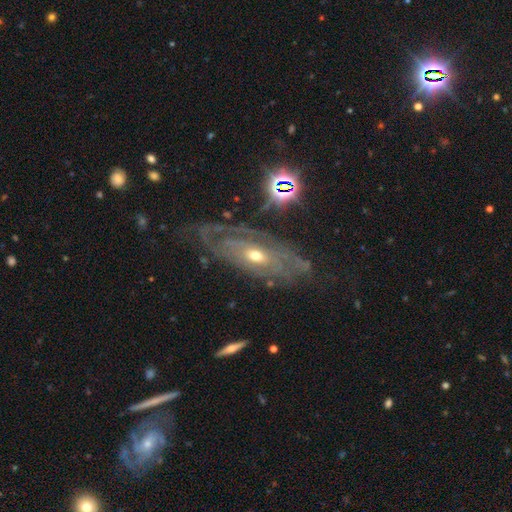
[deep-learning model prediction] Smooth or featured? featured or disk (81%)
Edge-on disk? no (89%)
Bar? no (71%)
Spiral arms? yes (84%)
Spiral winding? tight (68%)
Spiral arm count? can't tell (49%)
Bulge size? moderate (56%)
Merging? none (66%)